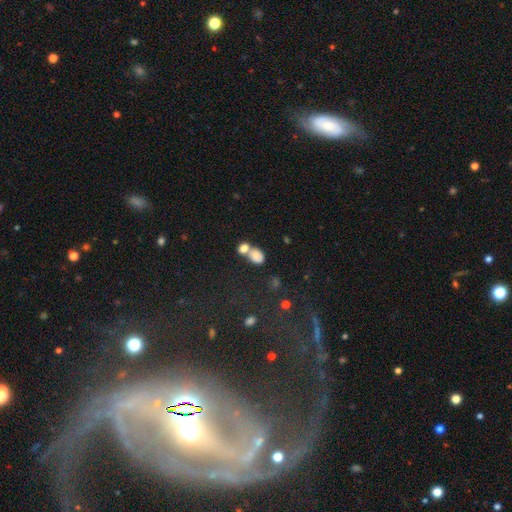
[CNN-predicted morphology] Smooth or featured? smooth (76%)
How rounded? in between (69%)
Merging? merger (53%)